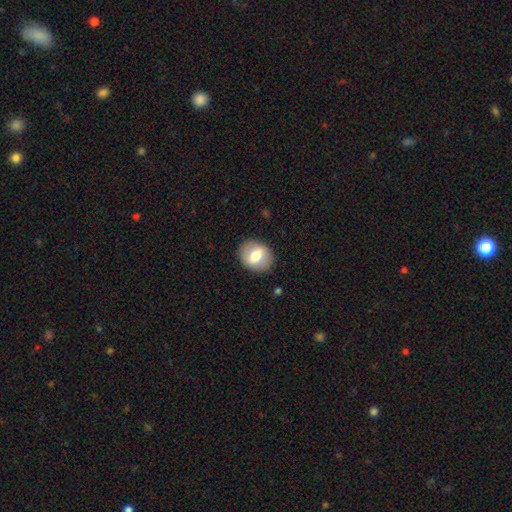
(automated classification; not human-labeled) smooth 67%, featured or disk 26%, star or artifact 7%. Down the decision tree: how rounded — round (55%); merging — none (88%).